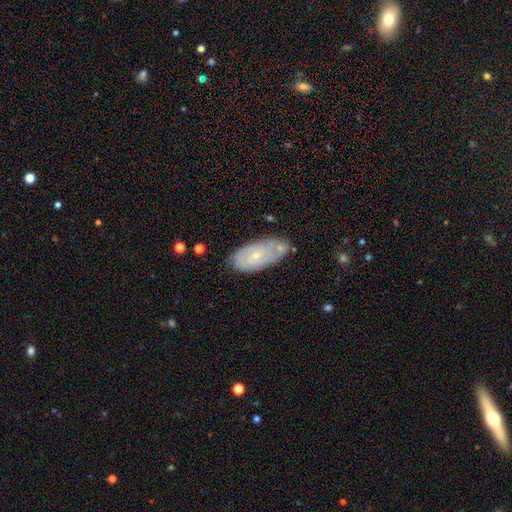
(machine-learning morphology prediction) smooth_or_featured: featured or disk (p=0.53) [alt: smooth p=0.41]
disk_edge_on: no (p=0.92) [alt: yes p=0.08]
merging: none (p=0.55) [alt: minor disturbance p=0.27]